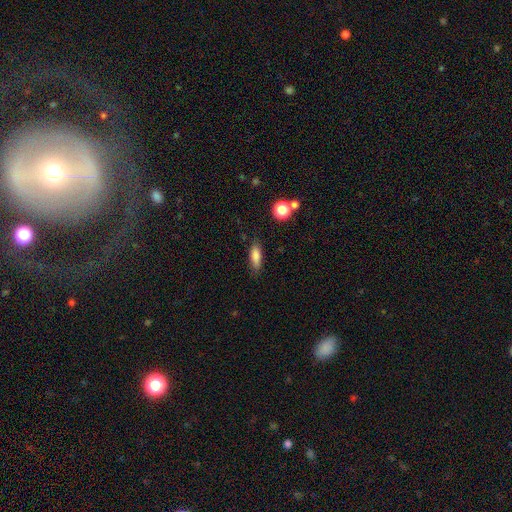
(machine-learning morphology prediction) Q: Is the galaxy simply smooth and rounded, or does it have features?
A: smooth — 80%.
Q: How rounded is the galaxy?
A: in between — 56%.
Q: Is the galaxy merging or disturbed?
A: none — 80%.